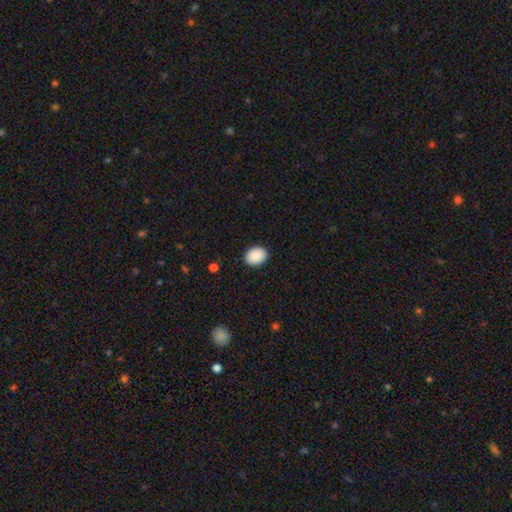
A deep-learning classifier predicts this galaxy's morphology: The model was most divided on "how rounded": in between: 63%, round: 37%, cigar-shaped: 1%. More confident: smooth or featured — smooth (90%); merging — none (90%).